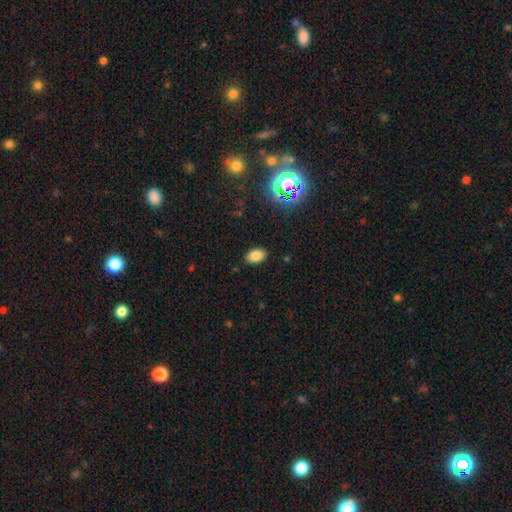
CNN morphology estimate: Smooth or featured: smooth — 80% (star or artifact — 13%)
How rounded: in between — 89% (round — 9%)
Merging: none — 88% (minor disturbance — 9%)